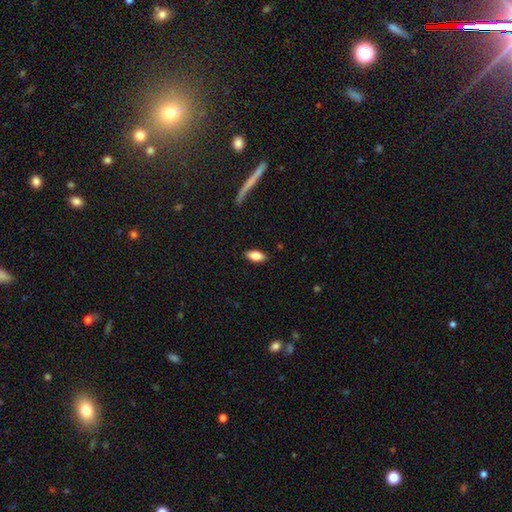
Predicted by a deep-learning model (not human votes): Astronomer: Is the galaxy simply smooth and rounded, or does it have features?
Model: smooth — 81%.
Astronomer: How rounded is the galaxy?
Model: in between — 87%.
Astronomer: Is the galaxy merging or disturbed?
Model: none — 87%.